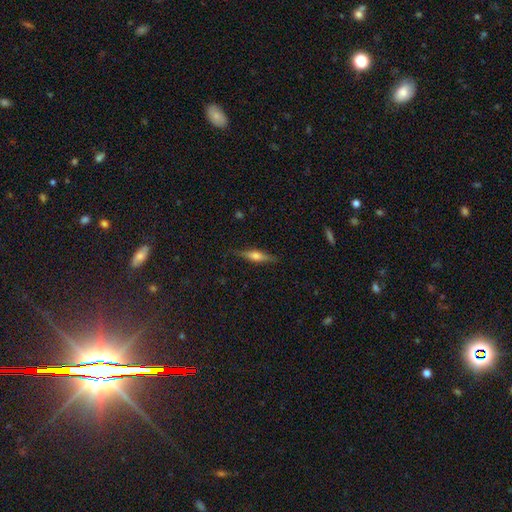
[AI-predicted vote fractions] smooth-or-featured: featured or disk: 53% | smooth: 39% | star or artifact: 8%
  disk-edge-on: yes: 95% | no: 5%
    edge-on-bulge: rounded: 81% | boxy: 13% | none: 6%
  merging: none: 85% | minor disturbance: 12% | major disturbance: 3% | merger: 1%